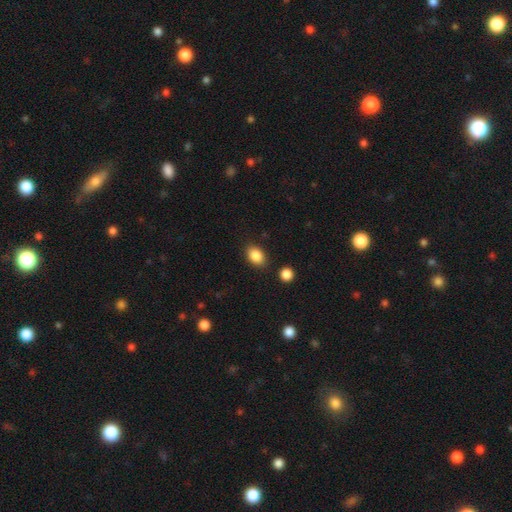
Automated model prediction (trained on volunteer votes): Smooth or featured? smooth (87%)
How rounded? in between (77%)
Merging? none (84%)